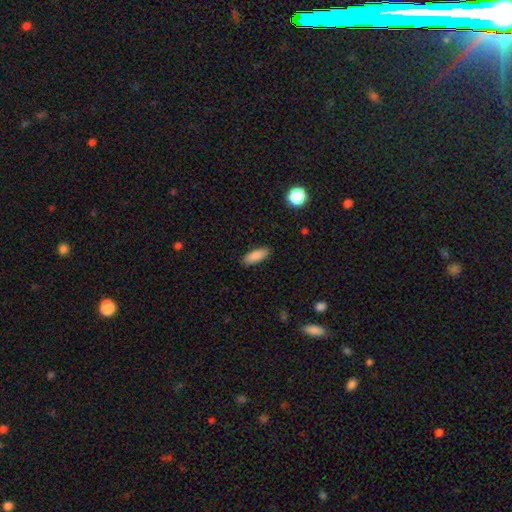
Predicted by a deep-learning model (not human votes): This is clearly a smooth galaxy (88%). How rounded: likely in between (71%). Merging: clearly none (88%).